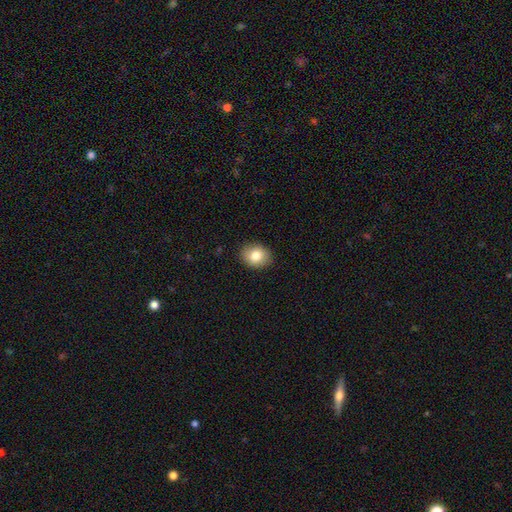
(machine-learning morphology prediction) Smooth or featured? Predicted: smooth (p=0.81). How rounded? Predicted: round (p=0.54). Merging? Predicted: none (p=0.89).